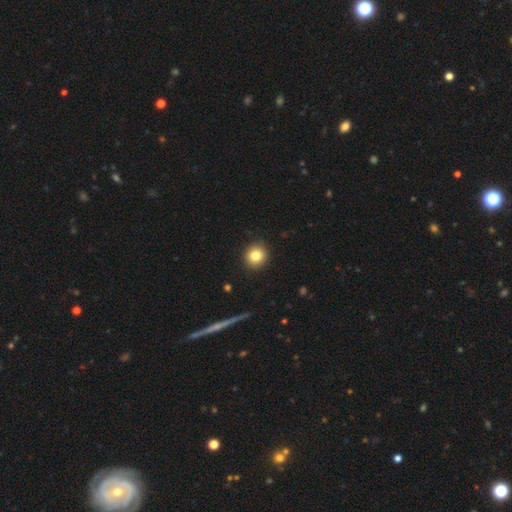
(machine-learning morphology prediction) smooth_or_featured: smooth (p=0.82) [alt: star or artifact p=0.10]
how_rounded: round (p=0.89) [alt: in between p=0.10]
merging: none (p=0.92) [alt: minor disturbance p=0.06]